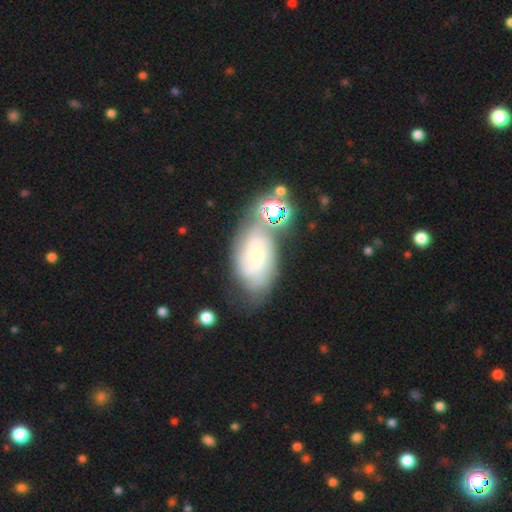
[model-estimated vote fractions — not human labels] Smooth or featured? Predicted: featured or disk (p=0.67). Edge-on disk? Predicted: no (p=0.95). Bar? Predicted: no (p=0.74). Spiral arms? Predicted: yes (p=0.88). Spiral winding? Predicted: tight (p=0.58). Spiral arm count? Predicted: can't tell (p=0.46). Bulge size? Predicted: small (p=0.70). Merging? Predicted: none (p=0.54).